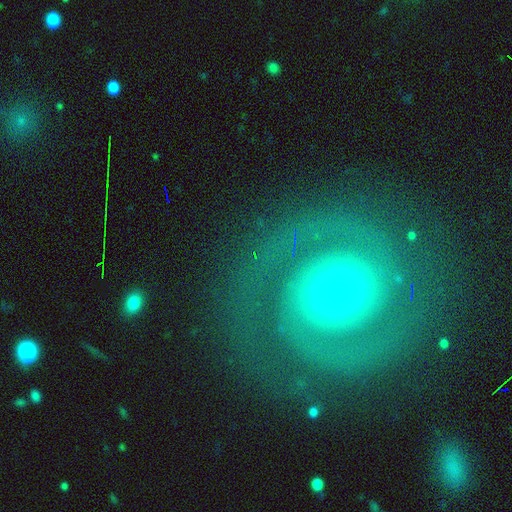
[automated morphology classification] A featured or disk galaxy (55%) with no bar (77%), spiral arms (60%) and a moderate central bulge (56%).

Vote fractions:
- Smooth or featured? featured or disk: 55% / smooth: 27% / star or artifact: 19%
- Edge-on disk? no: 93% / yes: 7%
- Bar? no: 77% / weak: 15% / strong: 8%
- Spiral arms? yes: 60% / no: 40%
- Bulge size? moderate: 56% / small: 33% / large: 6% / dominant: 3% / none: 2%
- Merging? none: 65% / major disturbance: 17% / minor disturbance: 14% / merger: 4%